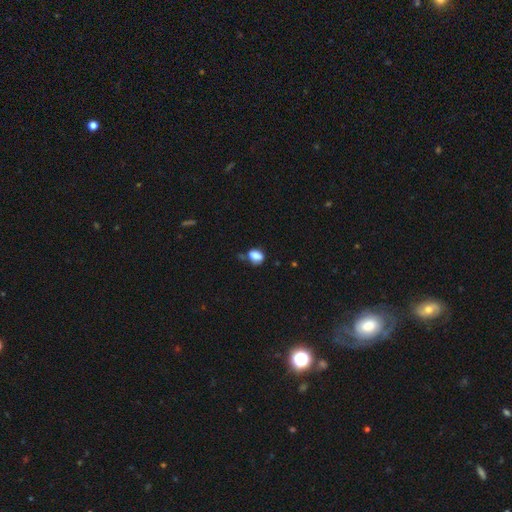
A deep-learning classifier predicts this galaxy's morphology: type=smooth (81%); roundness=in between (71%); merging=none (46%).